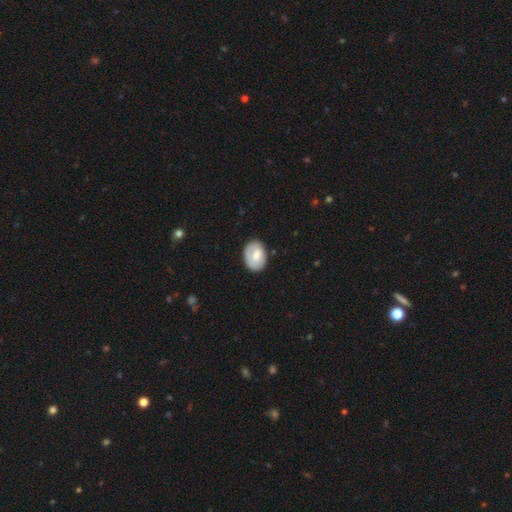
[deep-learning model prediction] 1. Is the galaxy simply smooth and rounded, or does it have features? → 66% smooth, 28% featured or disk, 6% star or artifact.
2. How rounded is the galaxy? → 81% in between, 18% round, 1% cigar-shaped.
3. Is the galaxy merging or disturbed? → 75% none, 18% minor disturbance, 5% major disturbance, 2% merger.